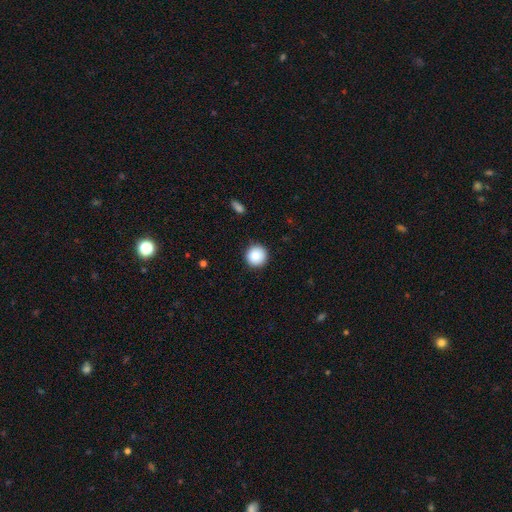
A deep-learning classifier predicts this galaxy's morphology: Smooth or featured: smooth — 88% (star or artifact — 8%)
How rounded: round — 95% (in between — 4%)
Merging: none — 90% (minor disturbance — 7%)